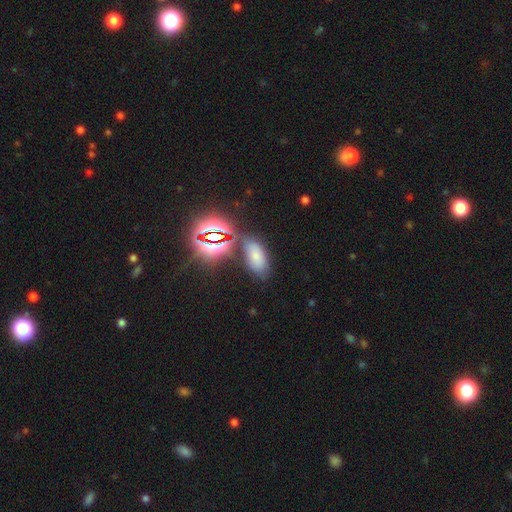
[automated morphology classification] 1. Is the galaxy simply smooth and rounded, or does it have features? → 58% smooth, 30% star or artifact, 12% featured or disk.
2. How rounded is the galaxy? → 86% in between, 8% round, 6% cigar-shaped.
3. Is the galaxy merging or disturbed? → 67% none, 16% minor disturbance, 10% merger, 6% major disturbance.